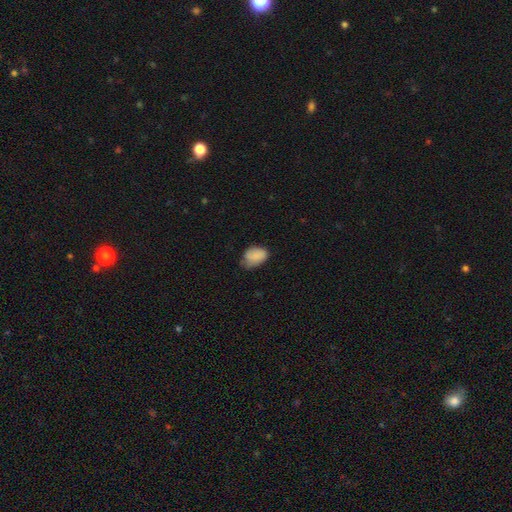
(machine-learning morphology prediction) Smooth or featured: smooth — 84% (featured or disk — 8%)
How rounded: in between — 79% (round — 20%)
Merging: none — 44% (minor disturbance — 43%)